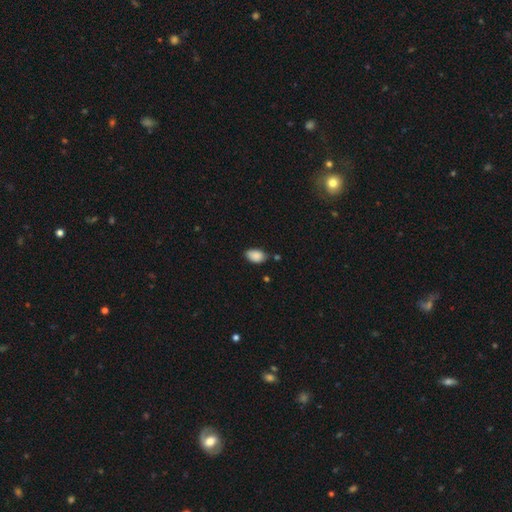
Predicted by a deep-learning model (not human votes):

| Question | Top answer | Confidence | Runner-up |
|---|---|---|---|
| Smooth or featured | smooth | 89% | star or artifact (7%) |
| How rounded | in between | 91% | round (7%) |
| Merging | none | 72% | minor disturbance (21%) |